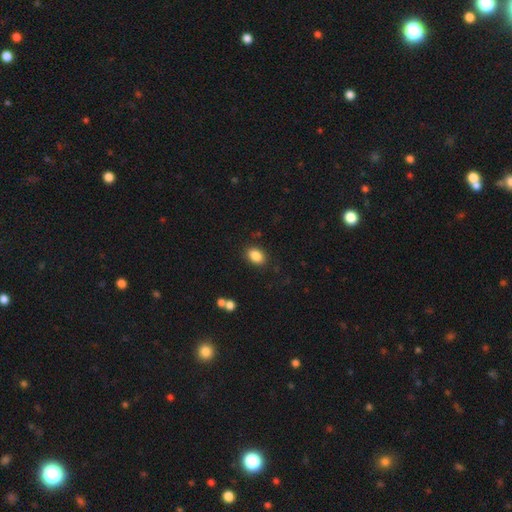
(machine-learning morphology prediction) smooth 86%, star or artifact 8%, featured or disk 5%. Down the decision tree: how rounded — in between (82%); merging — none (87%).